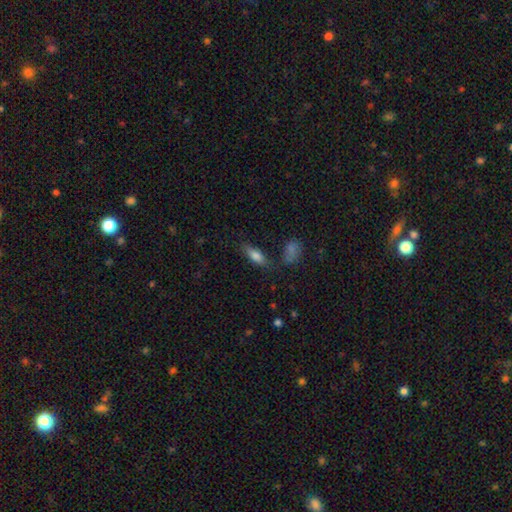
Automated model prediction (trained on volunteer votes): Smooth or featured? smooth (78%)
How rounded? in between (72%)
Merging? none (70%)